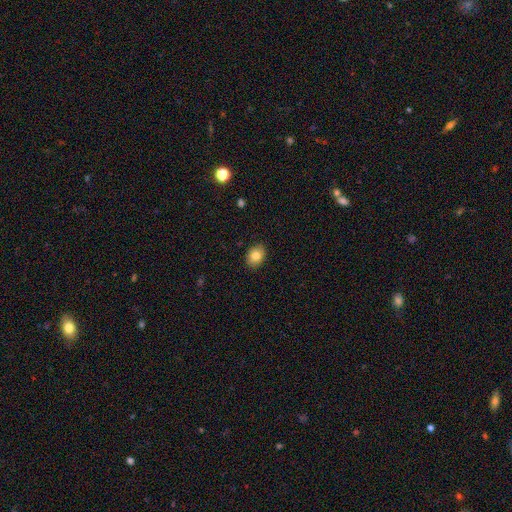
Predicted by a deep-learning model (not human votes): Smooth or featured? Predicted: smooth (p=0.83). How rounded? Predicted: in between (p=0.65). Merging? Predicted: none (p=0.89).